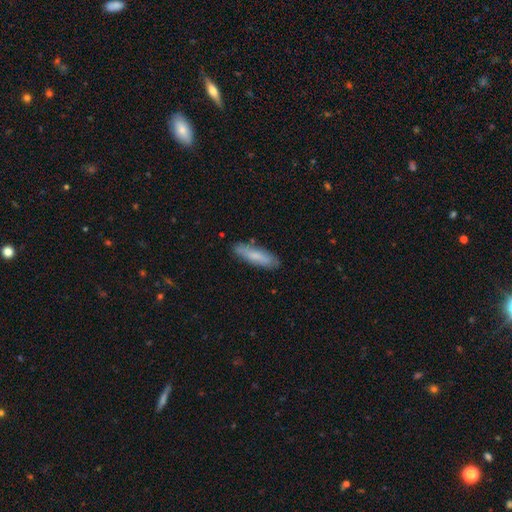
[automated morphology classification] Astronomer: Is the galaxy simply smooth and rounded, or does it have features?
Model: smooth — 72%.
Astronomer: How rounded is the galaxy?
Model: cigar-shaped — 70%.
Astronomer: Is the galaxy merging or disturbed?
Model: none — 82%.